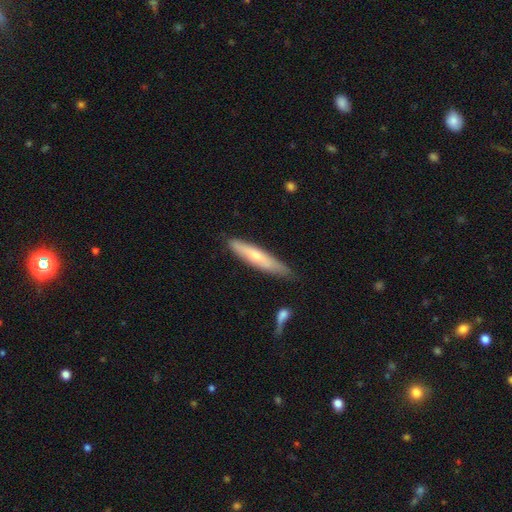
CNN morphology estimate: A smooth galaxy with no disk features (57%) that is cigar-shaped (87%). Merging: none (75%).